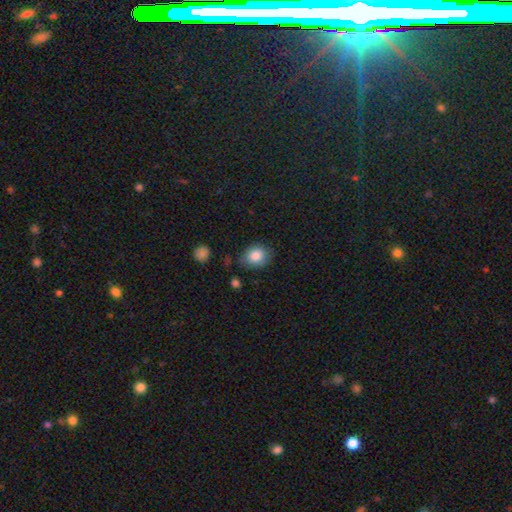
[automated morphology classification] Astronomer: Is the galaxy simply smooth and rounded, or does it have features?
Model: smooth — 84%.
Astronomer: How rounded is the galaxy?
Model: round — 53% (runner-up: in between, 46%).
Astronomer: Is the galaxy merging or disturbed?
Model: none — 75%.